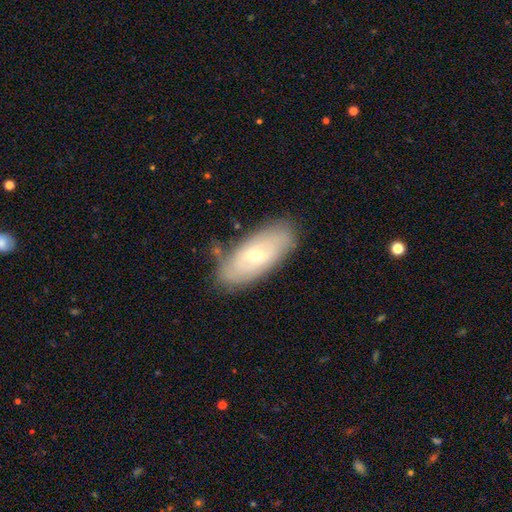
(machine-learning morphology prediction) type=featured or disk (57%); edge-on=no (85%); merging=none (76%).